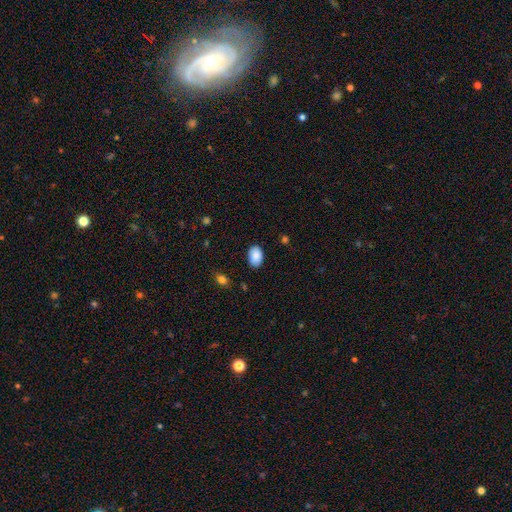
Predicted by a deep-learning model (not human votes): smooth-or-featured: smooth: 88% | star or artifact: 7% | featured or disk: 5%
  how-rounded: in between: 88% | round: 11% | cigar-shaped: 1%
  merging: none: 83% | minor disturbance: 13% | major disturbance: 2% | merger: 1%